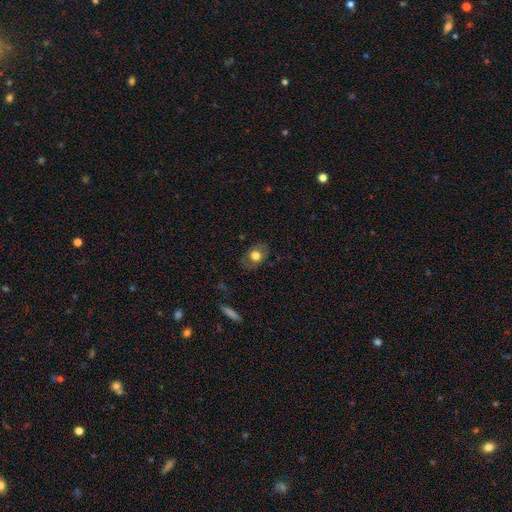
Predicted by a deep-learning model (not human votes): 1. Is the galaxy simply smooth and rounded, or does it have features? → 65% smooth, 25% featured or disk, 9% star or artifact.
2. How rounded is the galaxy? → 63% in between, 36% round, 1% cigar-shaped.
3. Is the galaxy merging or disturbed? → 79% none, 15% minor disturbance, 5% major disturbance, 1% merger.